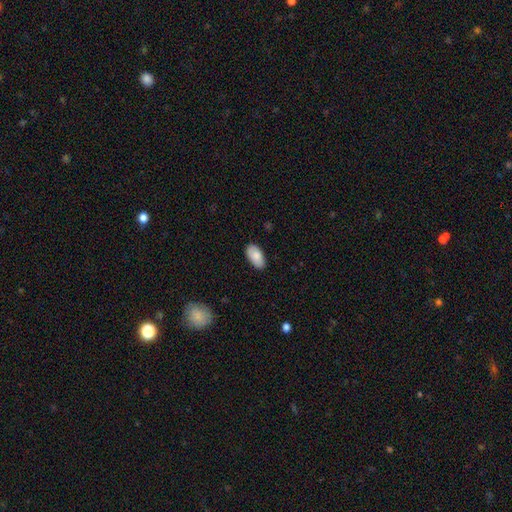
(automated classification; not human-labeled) smooth 85%, featured or disk 9%, star or artifact 6%. Down the decision tree: how rounded — in between (95%); merging — none (86%).